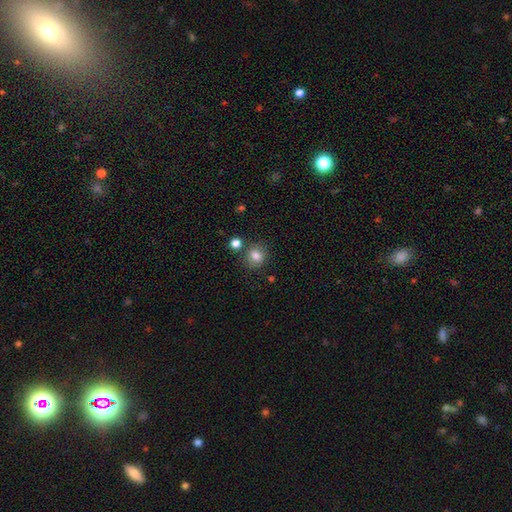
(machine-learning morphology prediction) type=smooth (82%); roundness=round (80%); merging=none (79%).